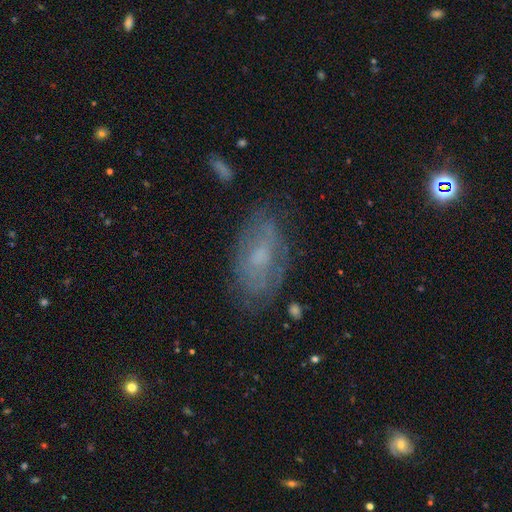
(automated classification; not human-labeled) Morphology: type=featured or disk (49%); merging=none (72%).